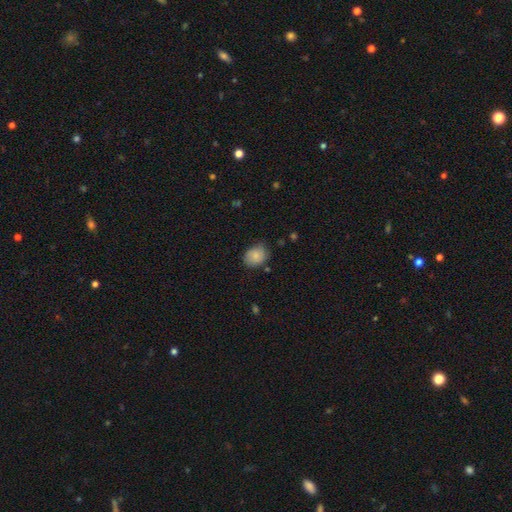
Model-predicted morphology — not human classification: Smooth or featured: smooth — 81% (featured or disk — 11%)
How rounded: round — 50% (in between — 49%)
Merging: none — 72% (minor disturbance — 22%)